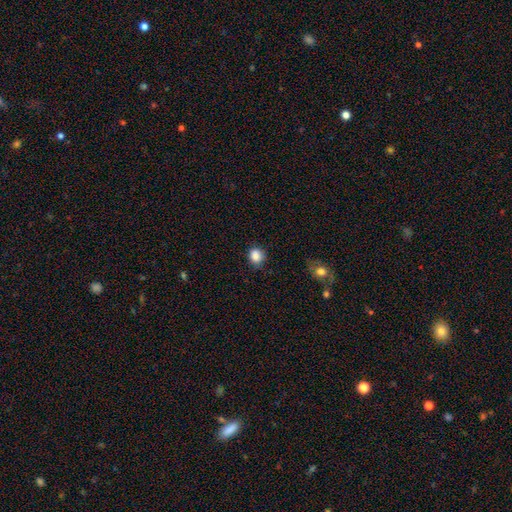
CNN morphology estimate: Q: Smooth or featured?
A: smooth (87%); runner-up: star or artifact (10%)
Q: How rounded?
A: round (77%); runner-up: in between (22%)
Q: Merging?
A: none (79%); runner-up: minor disturbance (16%)